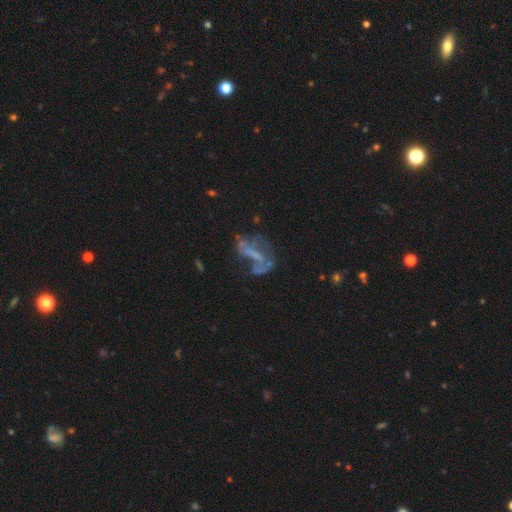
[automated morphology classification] Overall: featured or disk (64%). Edge-on disk: no (94%). Bar: no (48%; weak 27%). Spiral arms: no (60%; yes 40%). Bulge size: none (67%). Merging: major disturbance (38%; none 32%).